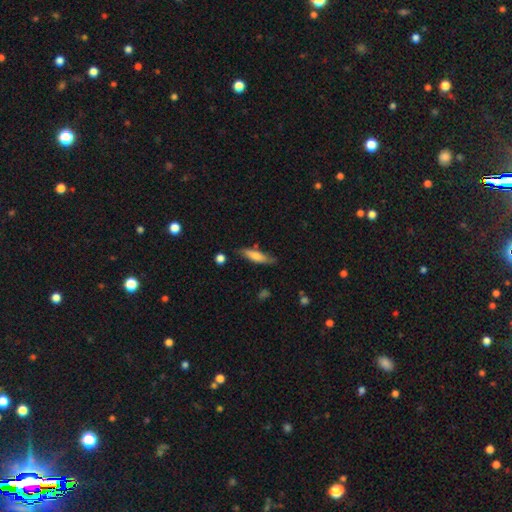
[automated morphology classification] Smooth or featured? smooth (70%)
How rounded? cigar-shaped (66%)
Merging? none (75%)